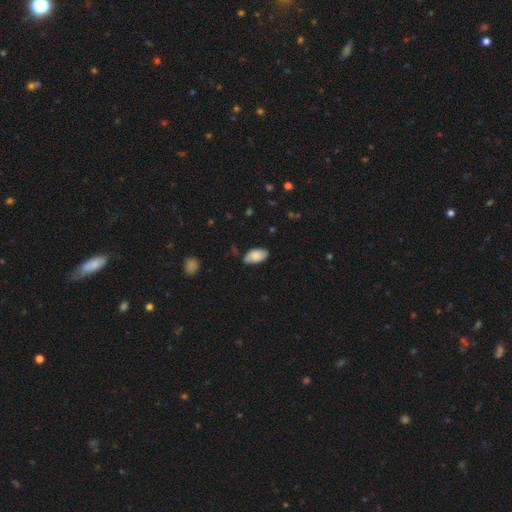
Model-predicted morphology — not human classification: Smooth or featured: smooth — 80% (featured or disk — 14%)
How rounded: in between — 95% (round — 3%)
Merging: none — 78% (minor disturbance — 18%)